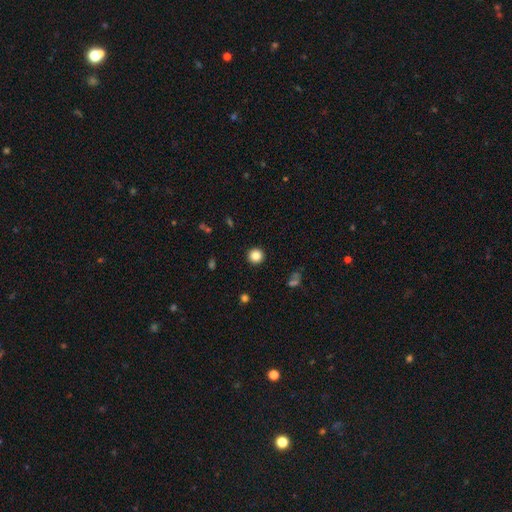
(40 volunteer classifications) Smooth or featured: smooth — 85% (star or artifact — 12%)
How rounded: round — 100%
Merging: none — 91% (merger — 6%)